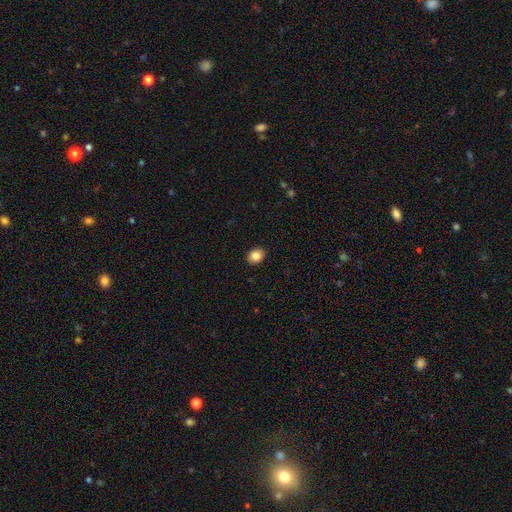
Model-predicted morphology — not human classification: Smooth or featured? smooth (84%)
How rounded? in between (56%)
Merging? none (91%)